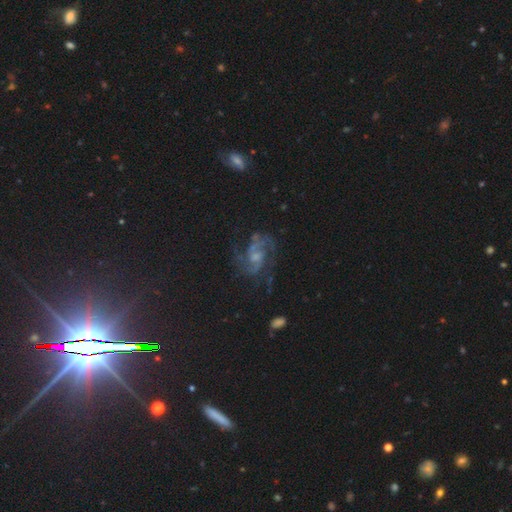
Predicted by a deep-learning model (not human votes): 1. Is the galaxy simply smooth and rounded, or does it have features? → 77% featured or disk, 15% star or artifact, 8% smooth.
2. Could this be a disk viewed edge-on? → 97% no, 3% yes.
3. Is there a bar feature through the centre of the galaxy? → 48% no, 42% weak, 9% strong.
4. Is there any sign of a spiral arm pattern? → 95% yes, 5% no.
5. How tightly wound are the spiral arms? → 54% medium, 24% tight, 22% loose.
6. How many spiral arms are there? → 62% 2, 13% can't tell, 12% 3, 5% 1, 5% 4, 4% more than 4.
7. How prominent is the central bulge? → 44% small, 39% moderate, 10% none, 5% large, 2% dominant.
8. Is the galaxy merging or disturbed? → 66% none, 17% minor disturbance, 14% major disturbance, 3% merger.